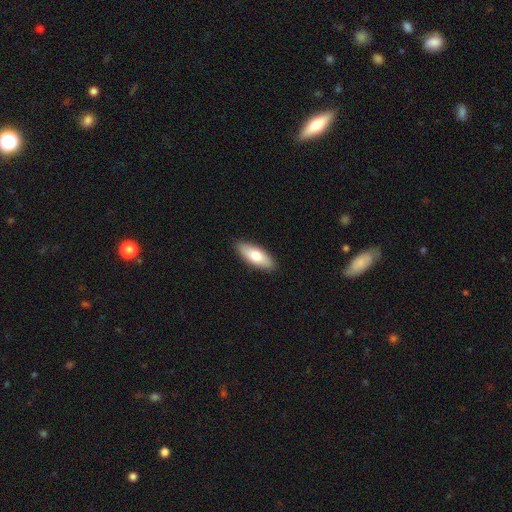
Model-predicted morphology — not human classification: Overall: smooth (73%). How rounded: in between (71%). Merging: none (90%).